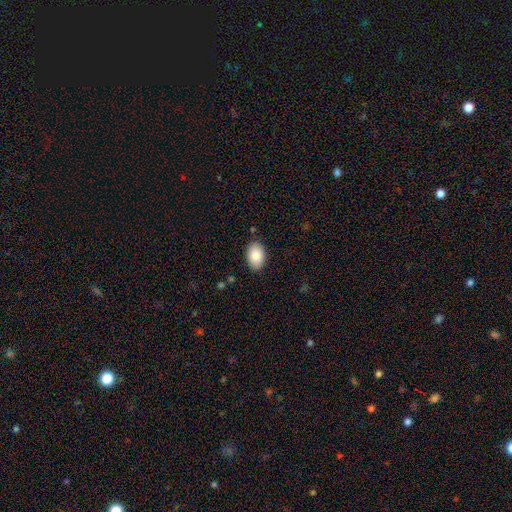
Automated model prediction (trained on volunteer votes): smooth-or-featured: smooth: 87% | featured or disk: 7% | star or artifact: 6%
  how-rounded: in between: 91% | round: 8% | cigar-shaped: 1%
  merging: none: 86% | minor disturbance: 10% | major disturbance: 2% | merger: 1%